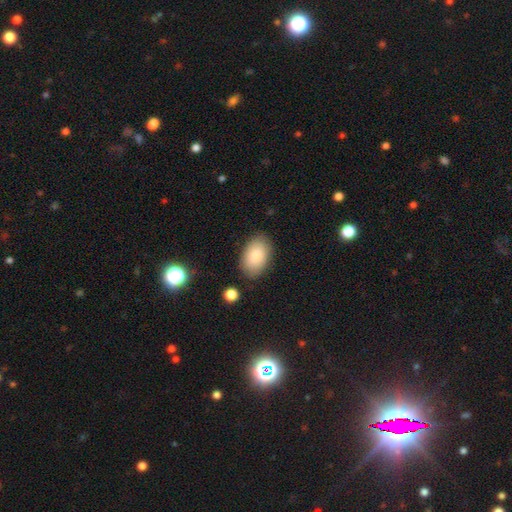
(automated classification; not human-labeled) smooth_or_featured: smooth (p=0.85) [alt: featured or disk p=0.09]
how_rounded: in between (p=0.92) [alt: round p=0.07]
merging: none (p=0.84) [alt: minor disturbance p=0.11]